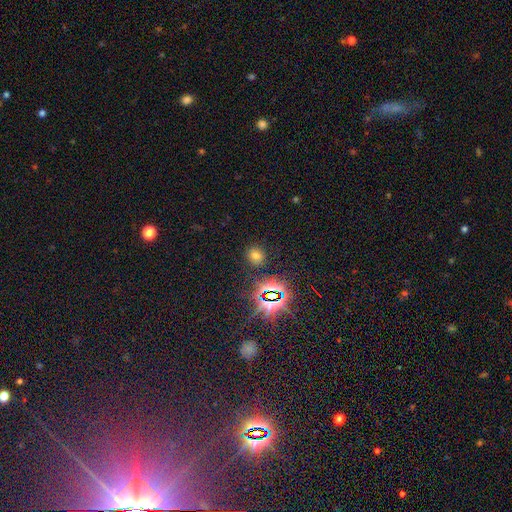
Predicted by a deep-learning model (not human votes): The model was most divided on "smooth or featured": smooth: 59%, star or artifact: 33%, featured or disk: 8%. More confident: merging — none (86%); how rounded — round (74%).